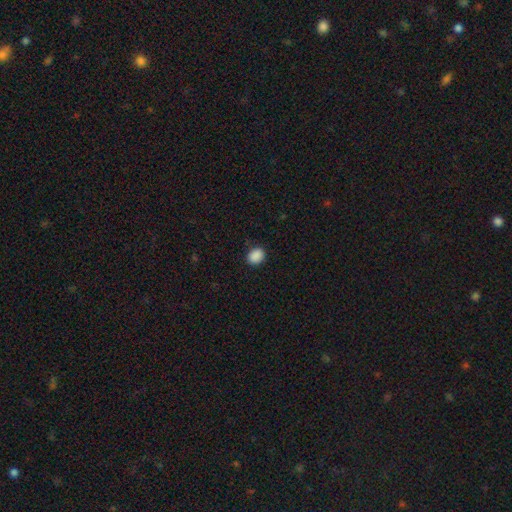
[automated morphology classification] This appears to be a smooth galaxy with no disk features (89%) that is in between round and cigar-shaped (54%). Merging: none (88%).